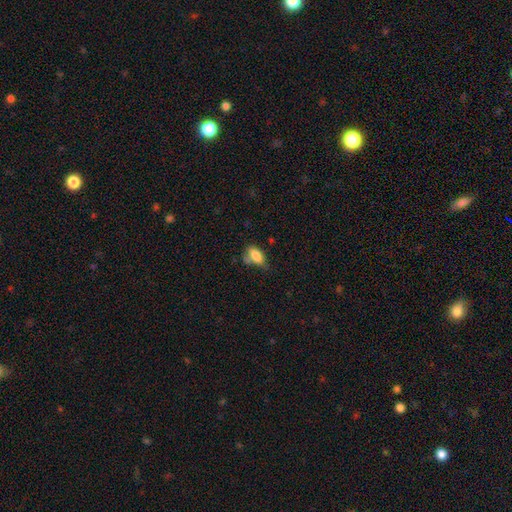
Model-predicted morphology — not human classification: smooth_or_featured: smooth (p=0.80) [alt: featured or disk p=0.11]
how_rounded: in between (p=0.86) [alt: cigar-shaped p=0.08]
merging: none (p=0.40) [alt: minor disturbance p=0.35]